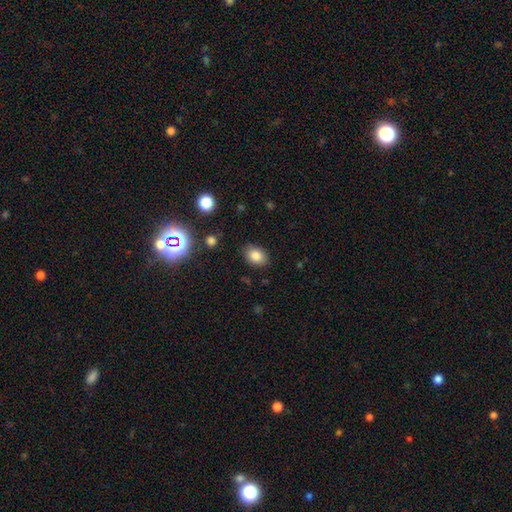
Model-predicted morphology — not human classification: Overall: smooth (83%). How rounded: in between (77%). Merging: none (86%).